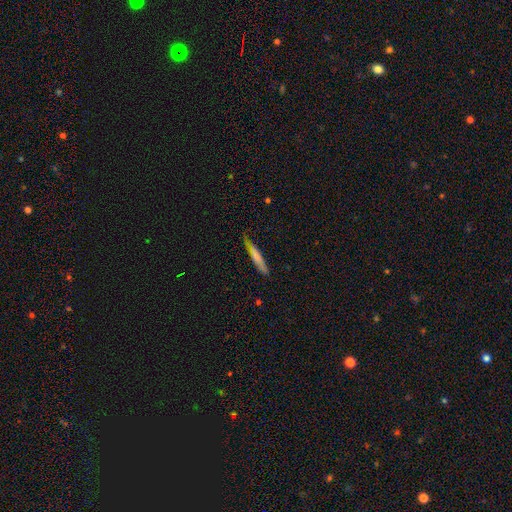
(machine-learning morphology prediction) This is likely a smooth galaxy (65%). How rounded: clearly cigar-shaped (93%). Merging: likely none (74%).